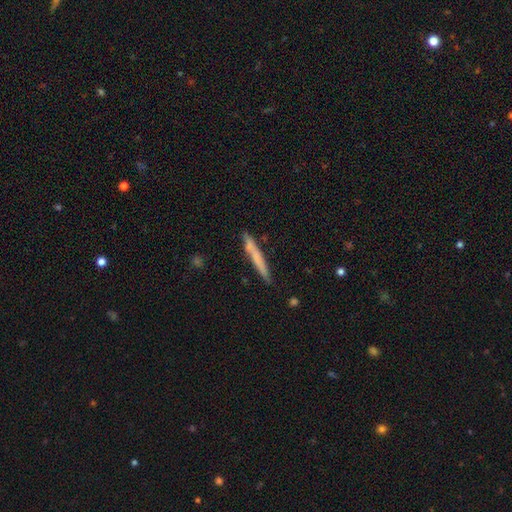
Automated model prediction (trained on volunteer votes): The model was most divided on "smooth or featured": smooth: 60%, featured or disk: 34%, star or artifact: 6%. More confident: how rounded — cigar-shaped (96%); merging — none (83%).